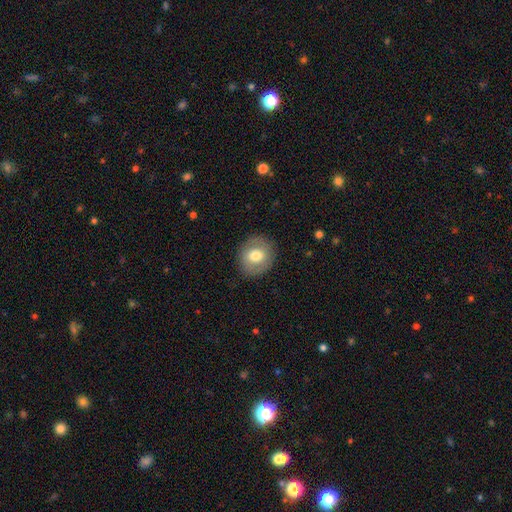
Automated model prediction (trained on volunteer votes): The model was most divided on "smooth or featured": smooth: 70%, featured or disk: 23%, star or artifact: 8%. More confident: merging — none (87%); how rounded — round (78%).